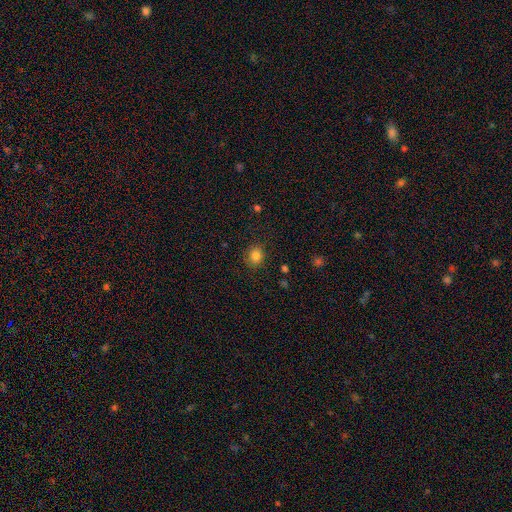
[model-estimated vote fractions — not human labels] smooth_or_featured: smooth (p=0.84) [alt: star or artifact p=0.11]
how_rounded: round (p=0.76) [alt: in between p=0.23]
merging: none (p=0.84) [alt: minor disturbance p=0.12]